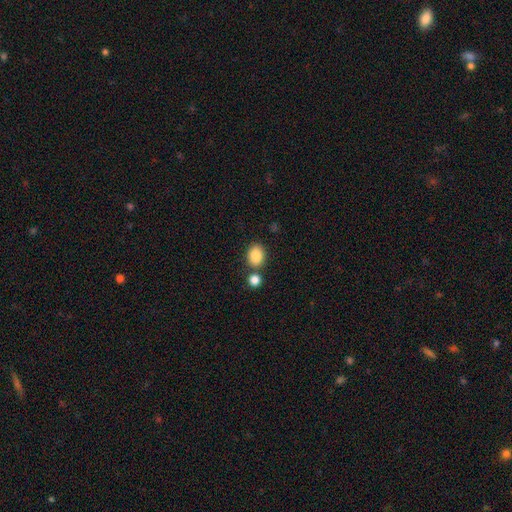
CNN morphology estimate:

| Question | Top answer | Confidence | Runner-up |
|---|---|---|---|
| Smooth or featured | smooth | 87% | star or artifact (8%) |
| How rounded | in between | 53% | round (46%) |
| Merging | none | 71% | merger (15%) |